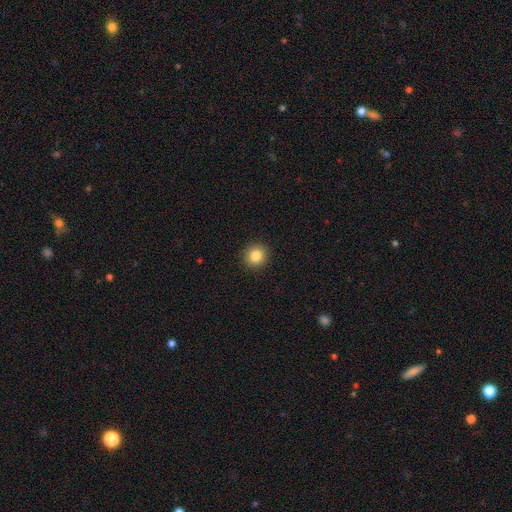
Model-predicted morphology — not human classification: Q: Smooth or featured?
A: smooth (84%); runner-up: star or artifact (10%)
Q: How rounded?
A: round (92%); runner-up: in between (7%)
Q: Merging?
A: none (92%); runner-up: minor disturbance (5%)